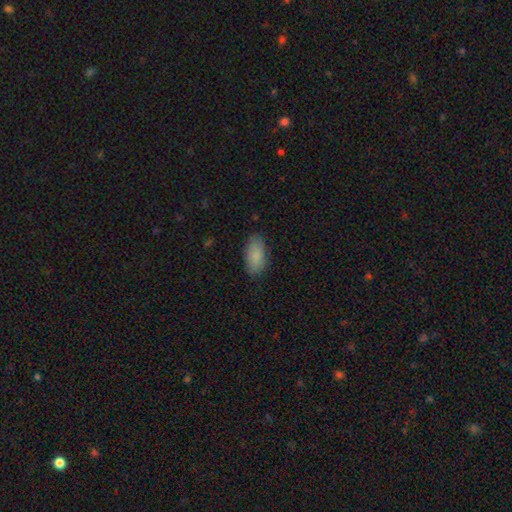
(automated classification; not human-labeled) Smooth or featured: smooth — 87% (featured or disk — 7%)
How rounded: in between — 93% (cigar-shaped — 5%)
Merging: none — 84% (minor disturbance — 13%)